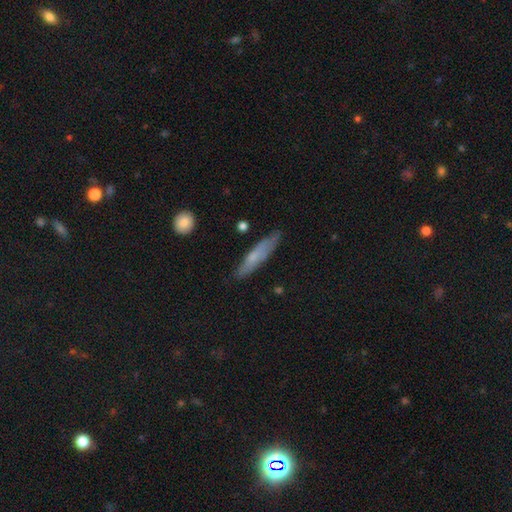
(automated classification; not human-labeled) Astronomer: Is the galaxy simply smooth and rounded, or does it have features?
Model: smooth — 63%.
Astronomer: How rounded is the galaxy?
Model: cigar-shaped — 84%.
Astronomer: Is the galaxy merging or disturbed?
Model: none — 77%.